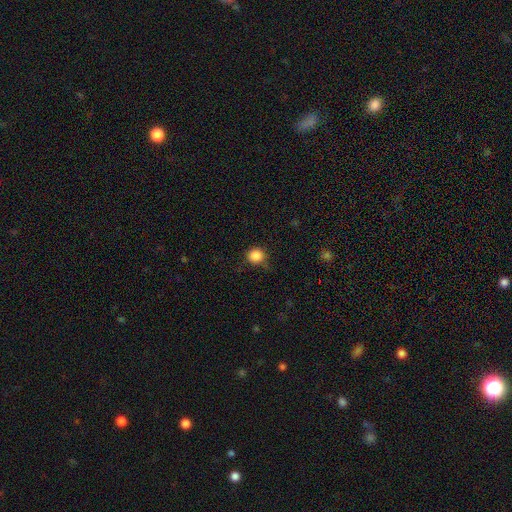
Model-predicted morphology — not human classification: Overall: smooth (86%). How rounded: round (91%). Merging: none (79%).